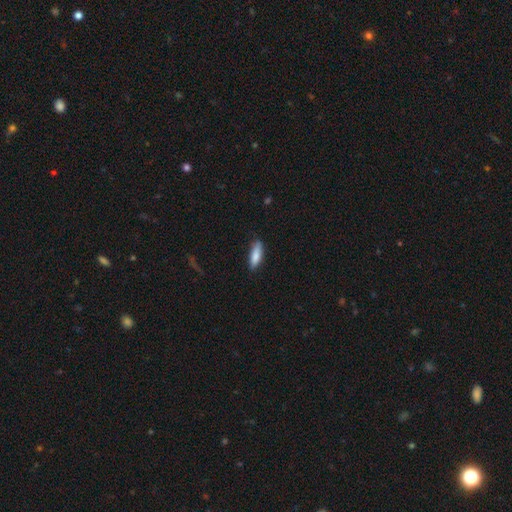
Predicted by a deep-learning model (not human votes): Overall: smooth (84%). How rounded: in between (52%; cigar-shaped 47%). Merging: none (80%).